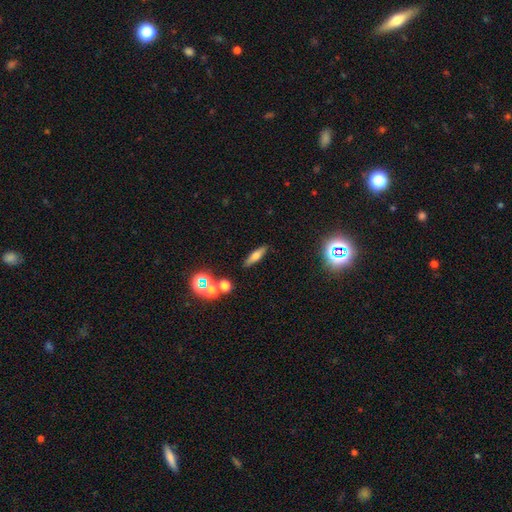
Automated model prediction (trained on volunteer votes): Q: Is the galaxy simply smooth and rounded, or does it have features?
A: smooth — 51%.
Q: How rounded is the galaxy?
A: cigar-shaped — 62%.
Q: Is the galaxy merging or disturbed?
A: none — 86%.